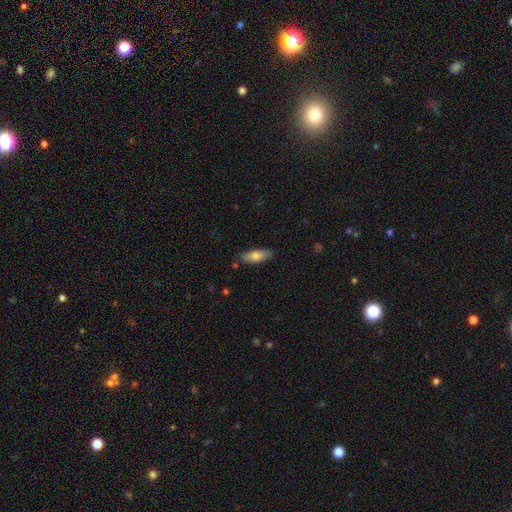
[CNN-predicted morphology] smooth-or-featured: smooth: 75% | featured or disk: 19% | star or artifact: 6%
  how-rounded: in between: 67% | cigar-shaped: 31% | round: 2%
  merging: none: 85% | minor disturbance: 11% | major disturbance: 2% | merger: 2%